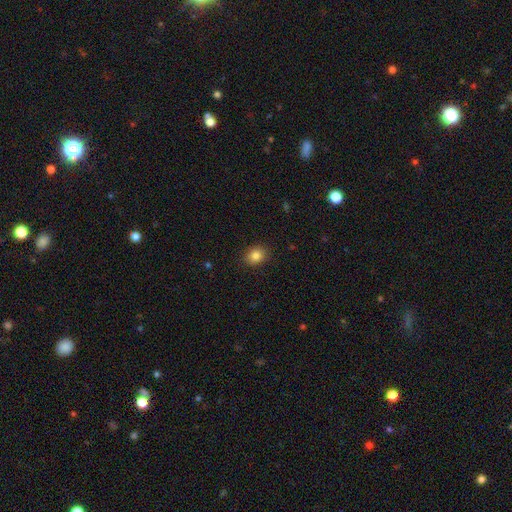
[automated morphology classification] This is clearly a smooth galaxy (84%). How rounded: possibly round (50%). Merging: clearly none (88%).